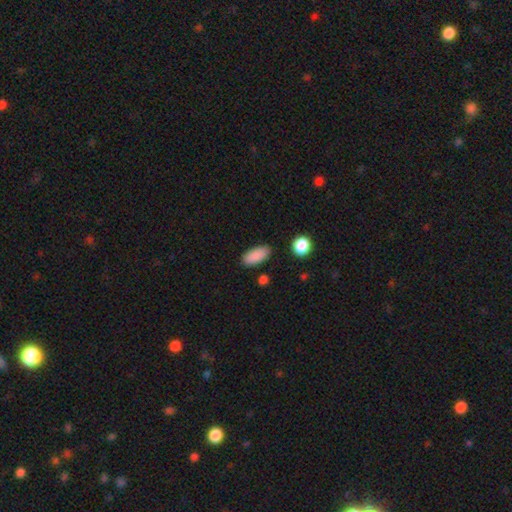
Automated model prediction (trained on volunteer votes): Q: Smooth or featured?
A: smooth (89%); runner-up: star or artifact (7%)
Q: How rounded?
A: in between (89%); runner-up: cigar-shaped (8%)
Q: Merging?
A: none (85%); runner-up: minor disturbance (10%)